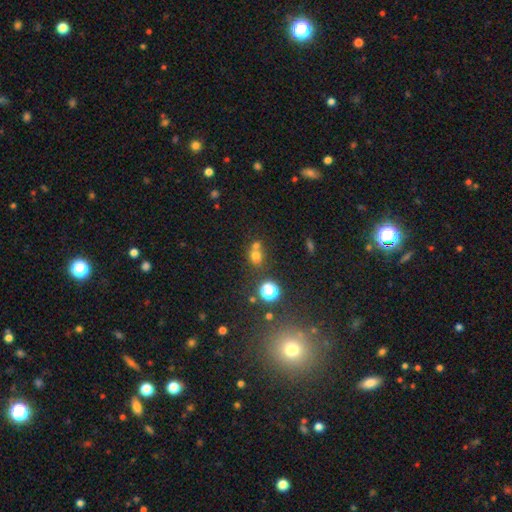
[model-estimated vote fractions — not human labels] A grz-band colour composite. It shows a smooth galaxy with no disk features (64%) that is round (70%). Merging: merger (43%, tied with none).